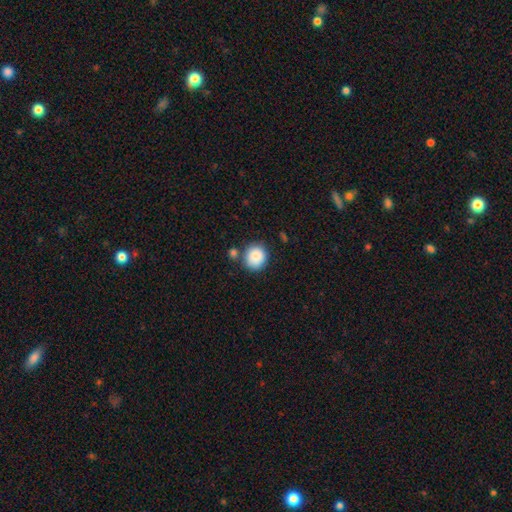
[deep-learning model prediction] This appears to be a smooth galaxy with no disk features (86%) that is round (85%). Merging: none (72%).